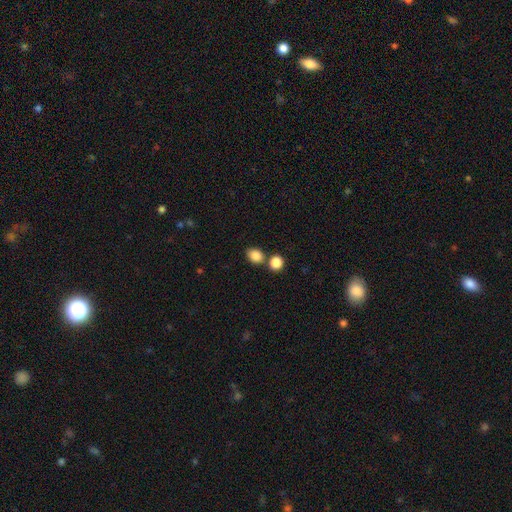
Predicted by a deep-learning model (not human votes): Smooth or featured? Predicted: smooth (p=0.85). How rounded? Predicted: in between (p=0.52). Merging? Predicted: none (p=0.64).